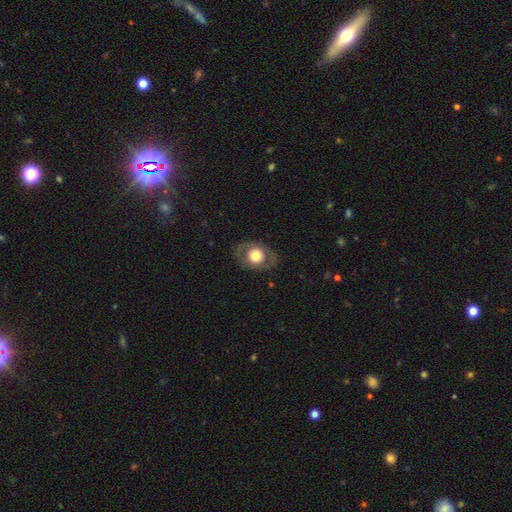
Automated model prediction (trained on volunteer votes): Smooth or featured? Predicted: smooth (p=0.53). How rounded? Predicted: in between (p=0.53). Merging? Predicted: none (p=0.81).